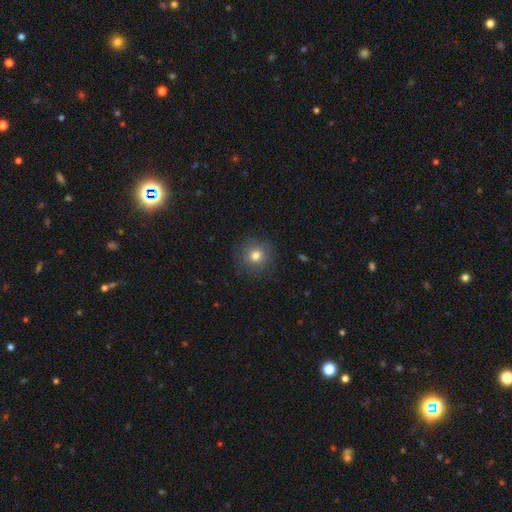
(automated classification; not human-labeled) A smooth galaxy with no disk features (77%) that is round (93%).

Vote fractions:
- Smooth or featured? smooth: 77% / star or artifact: 13% / featured or disk: 11%
- How rounded? round: 93% / in between: 6% / cigar-shaped: 1%
- Merging? none: 86% / minor disturbance: 10% / major disturbance: 4% / merger: 1%